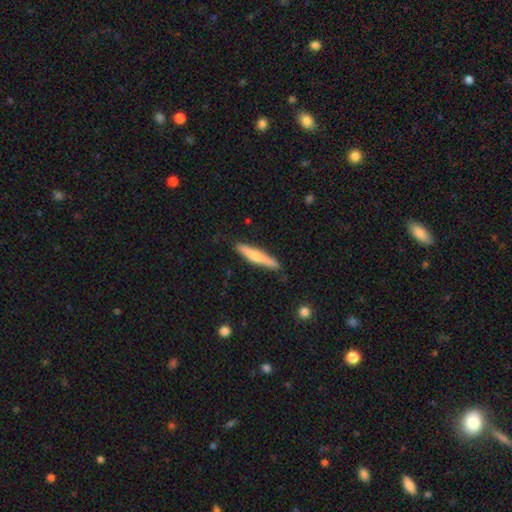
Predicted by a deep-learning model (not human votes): smooth 54%, featured or disk 41%, star or artifact 5%. Down the decision tree: how rounded — cigar-shaped (91%); merging — none (84%).